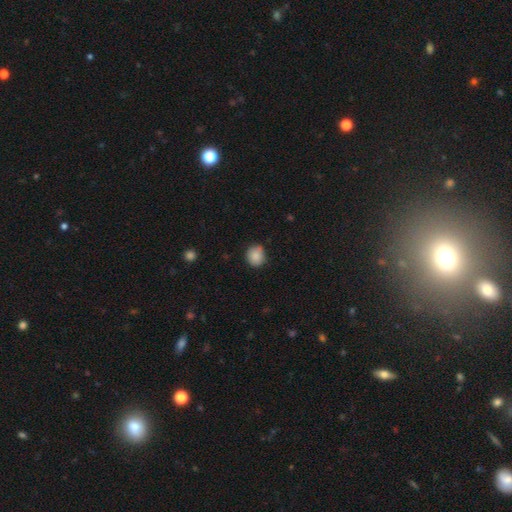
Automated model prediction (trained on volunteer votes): This is clearly a smooth galaxy (88%). How rounded: likely round (76%). Merging: clearly none (80%).